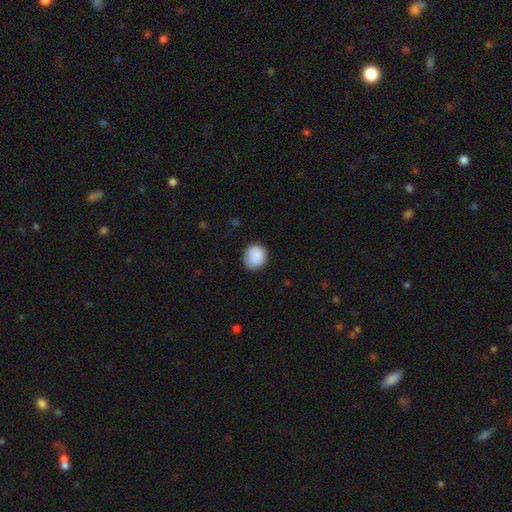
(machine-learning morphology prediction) Smooth or featured: smooth — 89% (star or artifact — 7%)
How rounded: round — 83% (in between — 16%)
Merging: none — 84% (minor disturbance — 13%)